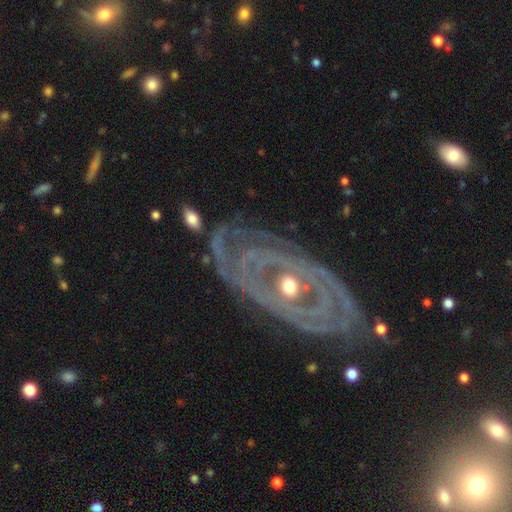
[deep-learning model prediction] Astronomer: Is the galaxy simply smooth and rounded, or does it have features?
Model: featured or disk — 90%.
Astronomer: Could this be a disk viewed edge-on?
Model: no — 95%.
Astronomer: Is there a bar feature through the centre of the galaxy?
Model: no — 72%.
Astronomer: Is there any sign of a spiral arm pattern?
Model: yes — 95%.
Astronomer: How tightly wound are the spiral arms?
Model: tight — 80%.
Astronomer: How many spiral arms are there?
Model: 2 — 32% (runner-up: can't tell, 23%).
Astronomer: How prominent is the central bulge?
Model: moderate — 50% (runner-up: small, 46%).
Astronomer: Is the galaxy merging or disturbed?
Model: none — 74%.